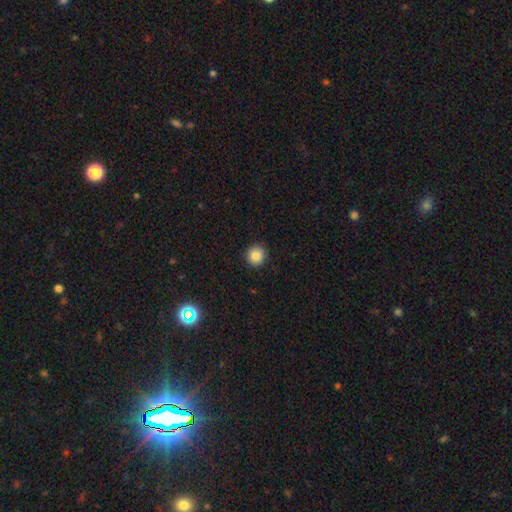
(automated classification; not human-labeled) A smooth galaxy with no disk features (85%) that is round (94%).

Vote fractions:
- Smooth or featured? smooth: 85% / star or artifact: 10% / featured or disk: 5%
- How rounded? round: 94% / in between: 5% / cigar-shaped: 1%
- Merging? none: 91% / minor disturbance: 6% / major disturbance: 2% / merger: 1%